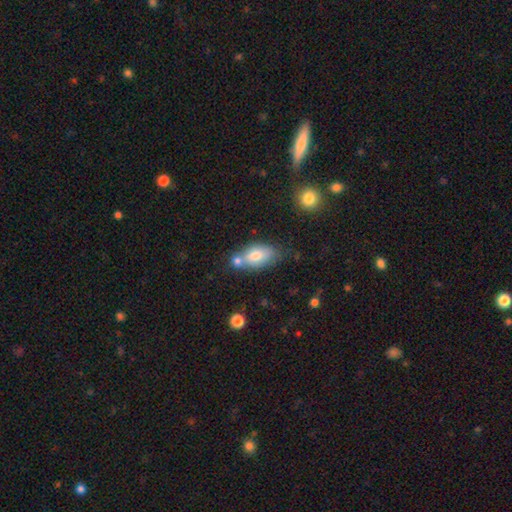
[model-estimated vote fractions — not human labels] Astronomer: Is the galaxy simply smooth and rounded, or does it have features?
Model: smooth — 74%.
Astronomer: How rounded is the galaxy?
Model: in between — 87%.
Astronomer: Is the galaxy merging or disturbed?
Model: none — 46% (runner-up: merger, 34%).